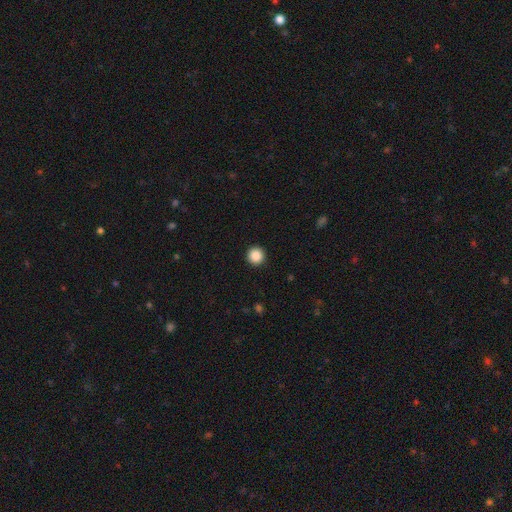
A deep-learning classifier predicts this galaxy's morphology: Q: Smooth or featured?
A: smooth (88%); runner-up: star or artifact (9%)
Q: How rounded?
A: round (96%); runner-up: in between (3%)
Q: Merging?
A: none (93%); runner-up: minor disturbance (4%)